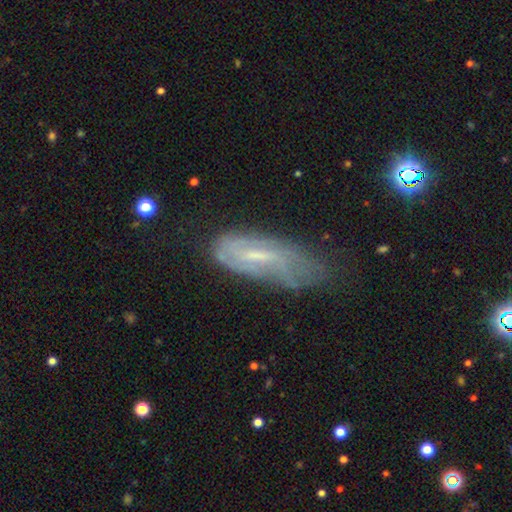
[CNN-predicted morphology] Smooth or featured: featured or disk — 60% (smooth — 29%)
Edge-on disk: no — 80% (yes — 20%)
Merging: none — 47% (minor disturbance — 33%)